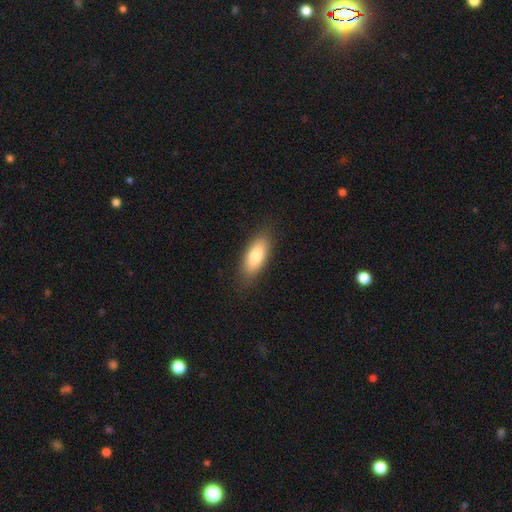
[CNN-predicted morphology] Smooth or featured? Predicted: smooth (p=0.80). How rounded? Predicted: in between (p=0.78). Merging? Predicted: none (p=0.86).